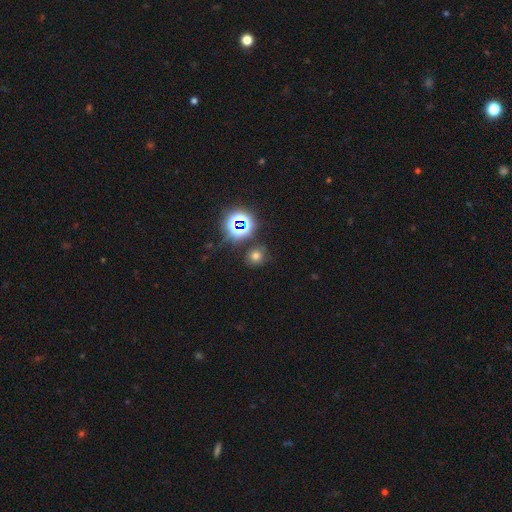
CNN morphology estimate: Overall: smooth (63%; star or artifact 29%). How rounded: round (82%). Merging: none (79%).